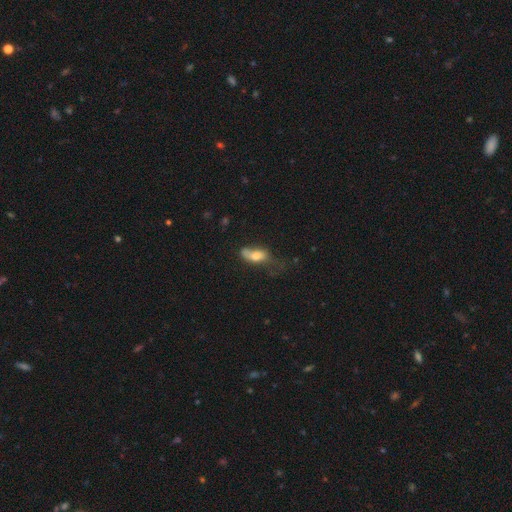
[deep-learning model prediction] Overall: smooth (69%). How rounded: in between (78%). Merging: major disturbance (34%; minor disturbance 30%).